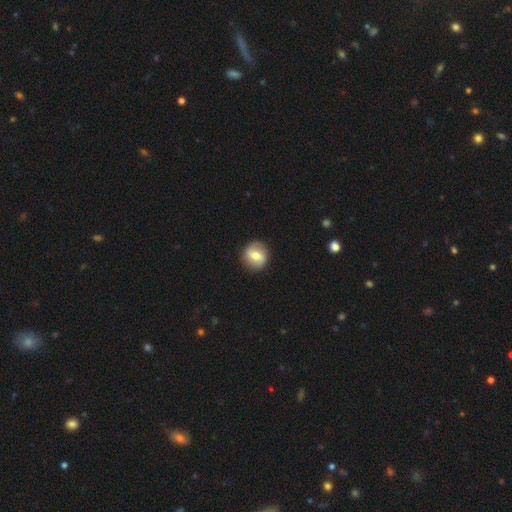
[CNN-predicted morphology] This is possibly a smooth galaxy (56%). How rounded: clearly round (87%). Merging: clearly none (88%).